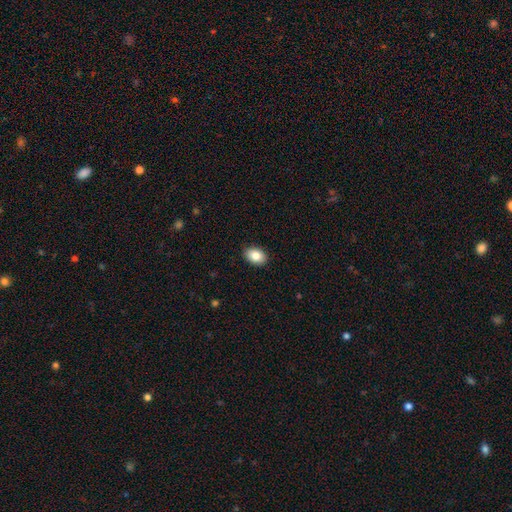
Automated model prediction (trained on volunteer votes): Q: Smooth or featured?
A: smooth (85%); runner-up: star or artifact (8%)
Q: How rounded?
A: in between (78%); runner-up: round (20%)
Q: Merging?
A: none (89%); runner-up: minor disturbance (8%)